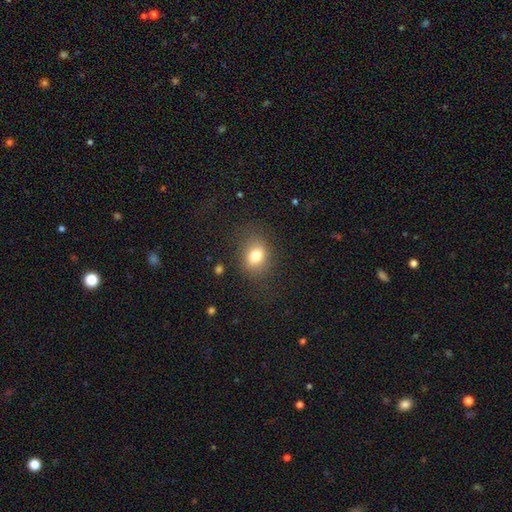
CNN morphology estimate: A smooth galaxy with no disk features (78%) that is in between round and cigar-shaped (54%). Merging: none (77%).